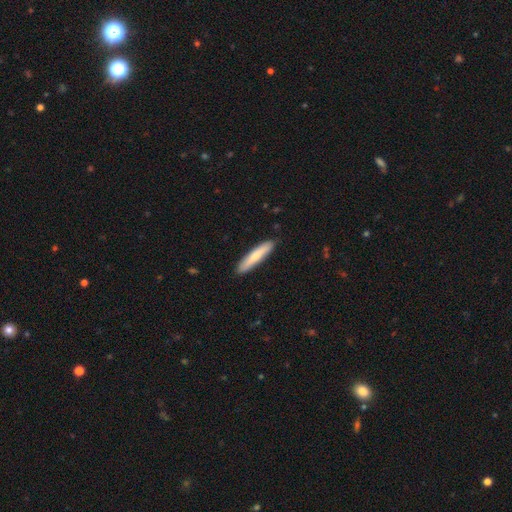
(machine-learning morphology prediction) smooth_or_featured: smooth (p=0.71) [alt: featured or disk p=0.24]
how_rounded: cigar-shaped (p=0.89) [alt: in between p=0.10]
merging: none (p=0.89) [alt: minor disturbance p=0.08]